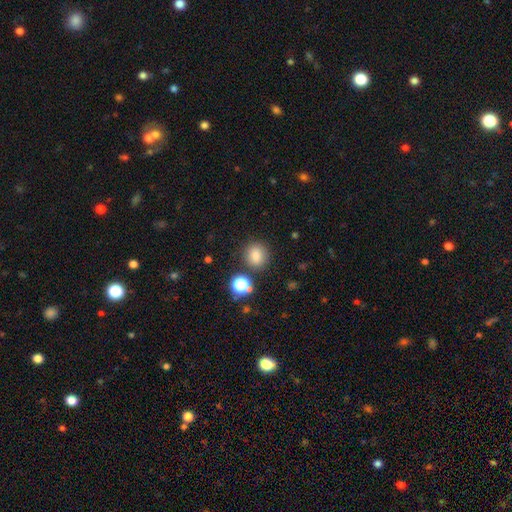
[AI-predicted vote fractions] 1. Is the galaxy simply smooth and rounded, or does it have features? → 80% smooth, 13% star or artifact, 6% featured or disk.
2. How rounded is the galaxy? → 81% round, 18% in between, 1% cigar-shaped.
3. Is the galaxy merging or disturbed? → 82% none, 9% minor disturbance, 6% merger, 3% major disturbance.